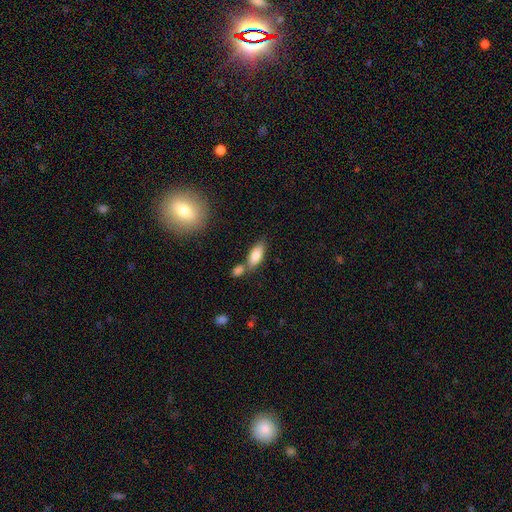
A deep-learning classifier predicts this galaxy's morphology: smooth_or_featured: smooth (p=0.82) [alt: featured or disk p=0.11]
how_rounded: in between (p=0.82) [alt: cigar-shaped p=0.15]
merging: none (p=0.54) [alt: merger p=0.29]